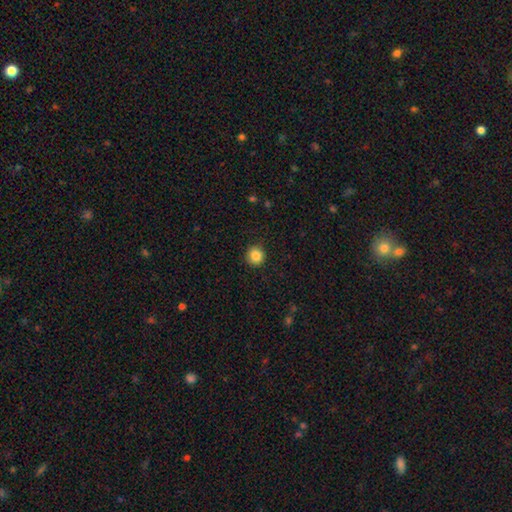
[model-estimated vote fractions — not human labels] The model was most divided on "smooth or featured": smooth: 85%, star or artifact: 10%, featured or disk: 5%. More confident: how rounded — round (93%); merging — none (90%).